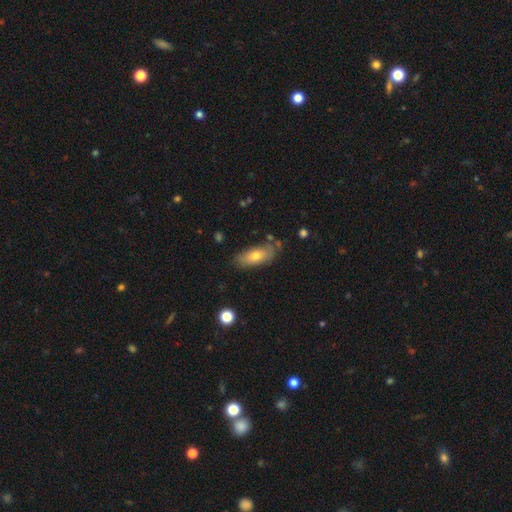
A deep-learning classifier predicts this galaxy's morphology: A smooth galaxy with no disk features (68%) that is in between round and cigar-shaped (81%).

Vote fractions:
- Smooth or featured? smooth: 68% / featured or disk: 25% / star or artifact: 7%
- How rounded? in between: 81% / cigar-shaped: 16% / round: 3%
- Merging? none: 70% / minor disturbance: 21% / major disturbance: 5% / merger: 4%